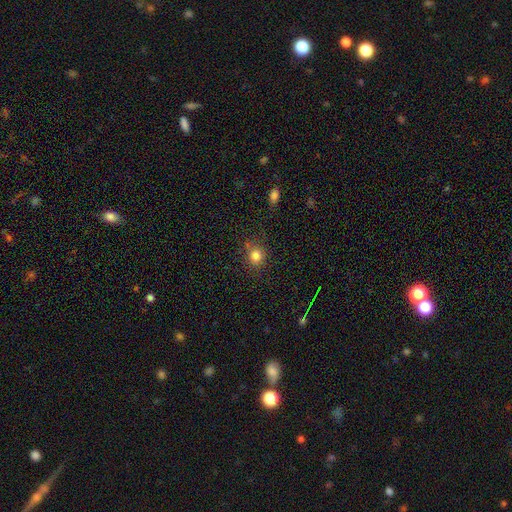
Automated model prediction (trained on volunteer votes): Smooth or featured?
  - smooth: 81% *
  - star or artifact: 13%
  - featured or disk: 6%
How rounded?
  - round: 80% *
  - in between: 19%
  - cigar-shaped: 1%
Merging?
  - none: 77% *
  - minor disturbance: 13%
  - merger: 5%
  - major disturbance: 5%